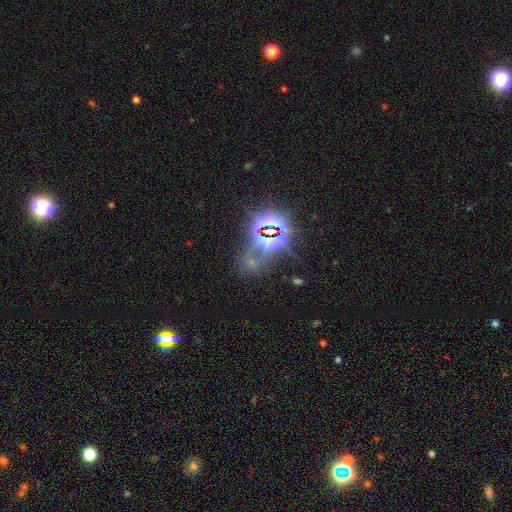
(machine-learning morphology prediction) Q: Smooth or featured?
A: star or artifact (68%); runner-up: smooth (18%)